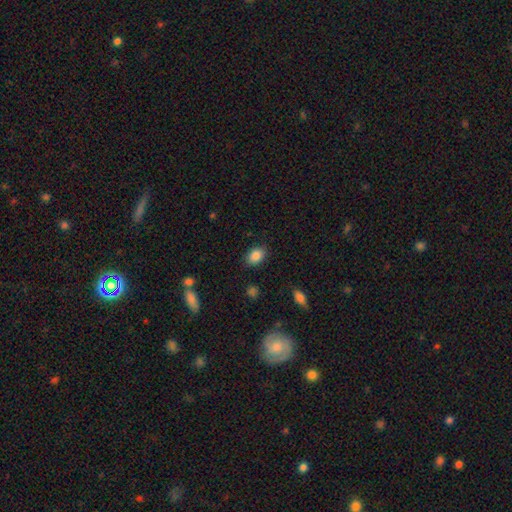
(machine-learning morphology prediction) type=smooth (86%); roundness=in between (77%); merging=none (85%).